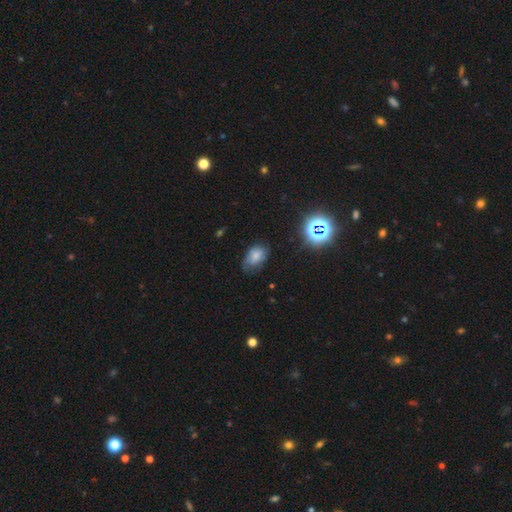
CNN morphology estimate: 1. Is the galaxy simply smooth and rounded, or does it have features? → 68% smooth, 16% featured or disk, 16% star or artifact.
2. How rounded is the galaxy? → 86% in between, 13% round, 1% cigar-shaped.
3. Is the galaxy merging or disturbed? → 59% none, 31% minor disturbance, 8% major disturbance, 2% merger.